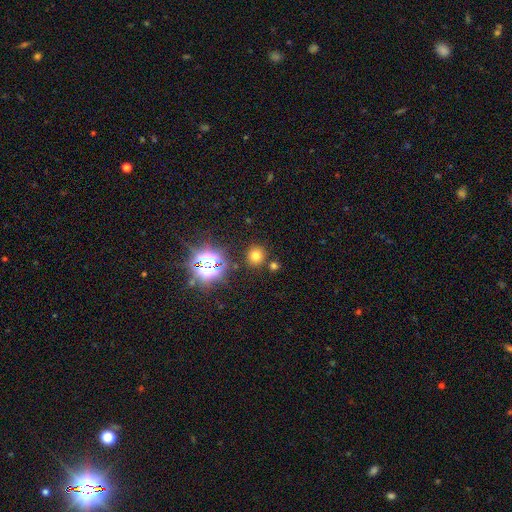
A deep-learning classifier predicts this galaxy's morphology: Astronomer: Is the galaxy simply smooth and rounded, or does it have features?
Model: smooth — 67%.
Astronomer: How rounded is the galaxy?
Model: round — 87%.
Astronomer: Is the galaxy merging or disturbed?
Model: none — 84%.